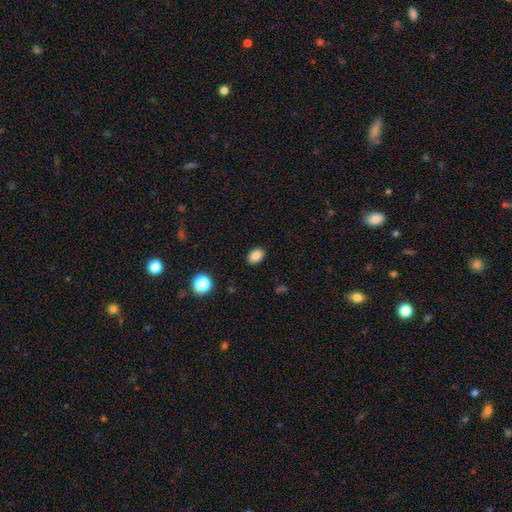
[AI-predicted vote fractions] Overall: smooth (85%). How rounded: in between (81%). Merging: none (89%).